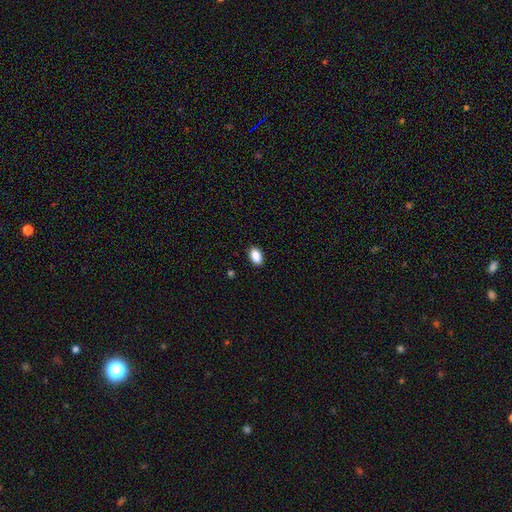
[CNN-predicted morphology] type=smooth (89%); roundness=in between (91%); merging=none (89%).